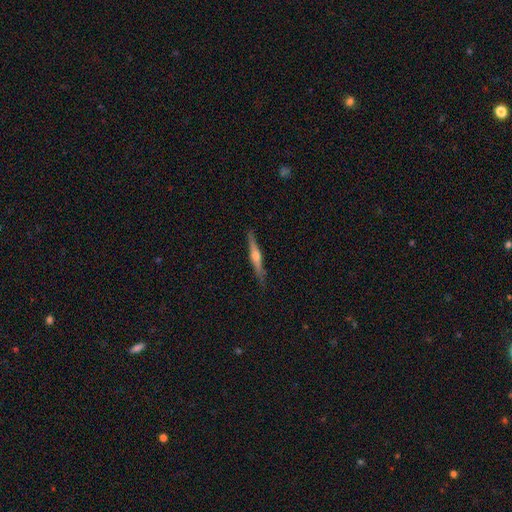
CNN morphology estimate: Smooth or featured? Predicted: featured or disk (p=0.64). Edge-on disk? Predicted: yes (p=0.97). Edge-on bulge? Predicted: rounded (p=0.86). Merging? Predicted: none (p=0.86).